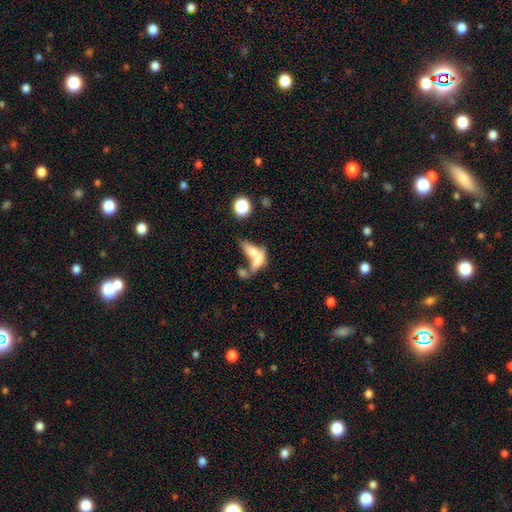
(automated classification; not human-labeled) smooth_or_featured: smooth (p=0.60) [alt: featured or disk p=0.29]
how_rounded: in between (p=0.71) [alt: cigar-shaped p=0.21]
merging: merger (p=0.66) [alt: none p=0.16]